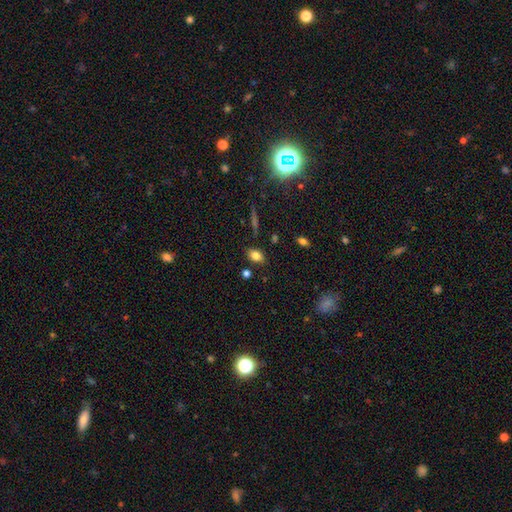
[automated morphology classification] Q: Smooth or featured?
A: smooth (80%); runner-up: star or artifact (10%)
Q: How rounded?
A: in between (83%); runner-up: round (15%)
Q: Merging?
A: none (82%); runner-up: minor disturbance (12%)